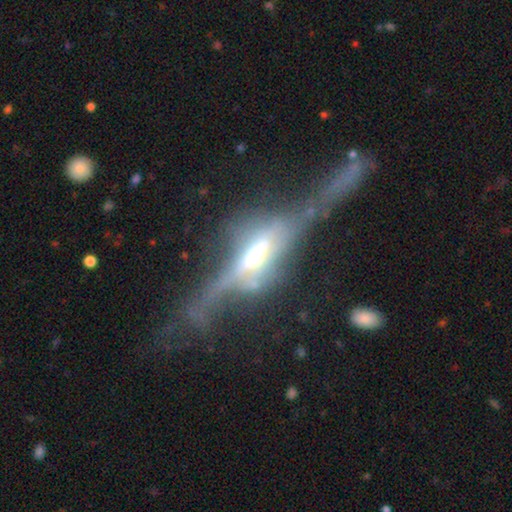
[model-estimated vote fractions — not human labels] This is clearly a featured or disk galaxy (84%). It is clearly viewed edge-on (80%). Edge-on bulge: likely rounded (67%). Merging: marginally major disturbance (37%).